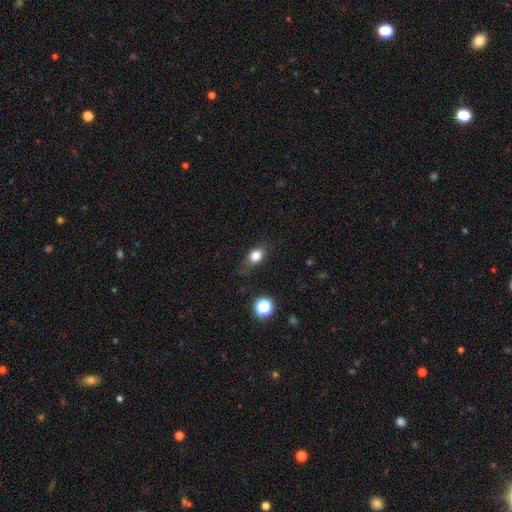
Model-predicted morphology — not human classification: Smooth or featured?
  - smooth: 80% *
  - star or artifact: 11%
  - featured or disk: 9%
How rounded?
  - in between: 59% *
  - round: 37%
  - cigar-shaped: 3%
Merging?
  - none: 68% *
  - minor disturbance: 23%
  - major disturbance: 8%
  - merger: 2%